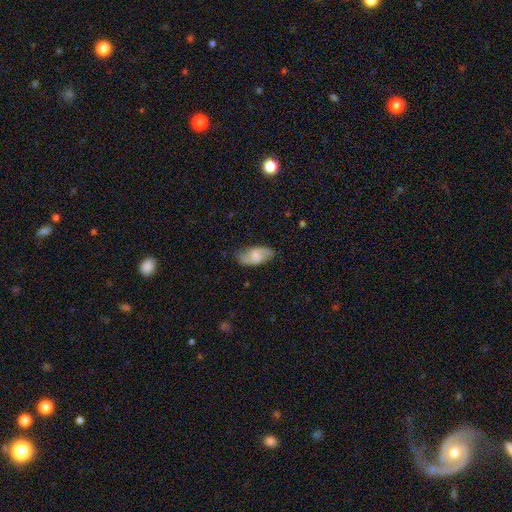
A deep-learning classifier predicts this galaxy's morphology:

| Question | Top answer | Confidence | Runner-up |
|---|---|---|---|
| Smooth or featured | featured or disk | 49% | smooth (44%) |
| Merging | none | 77% | minor disturbance (17%) |